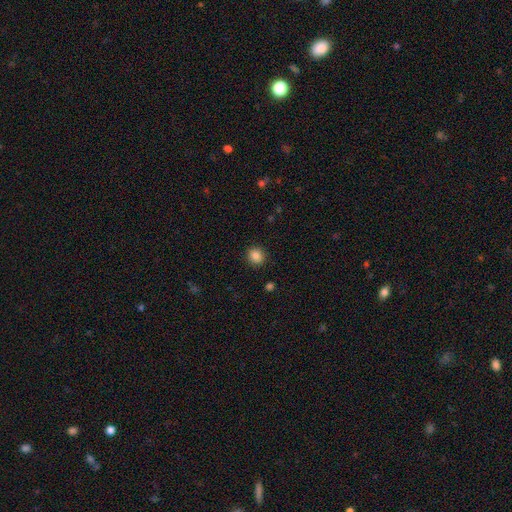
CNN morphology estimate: type=smooth (86%); roundness=round (84%); merging=none (90%).